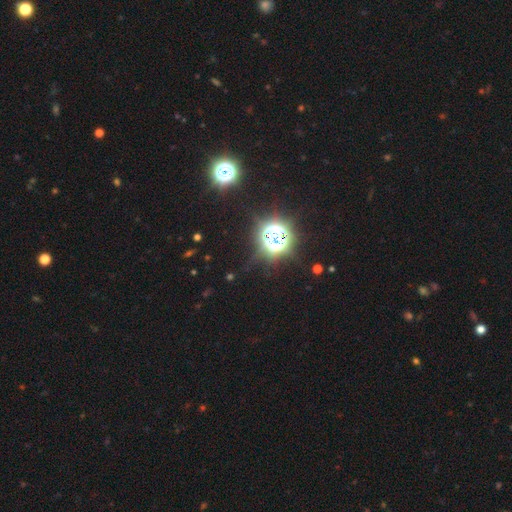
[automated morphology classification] type=star or artifact (79%).